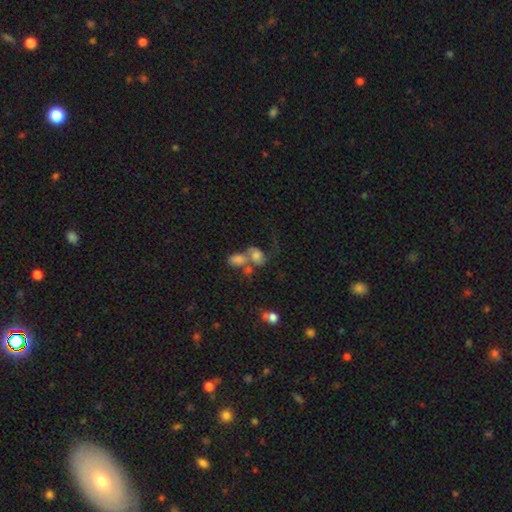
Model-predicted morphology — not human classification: smooth-or-featured: smooth: 50% | featured or disk: 33% | star or artifact: 17%
  merging: merger: 58% | none: 19% | major disturbance: 14% | minor disturbance: 9%